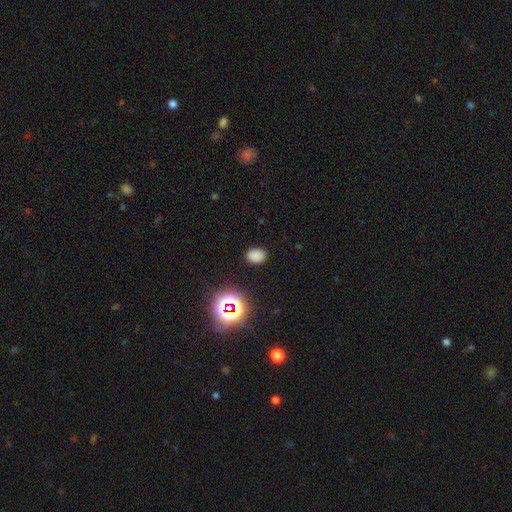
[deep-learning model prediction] Smooth or featured? Predicted: smooth (p=0.77). How rounded? Predicted: in between (p=0.70). Merging? Predicted: none (p=0.86).